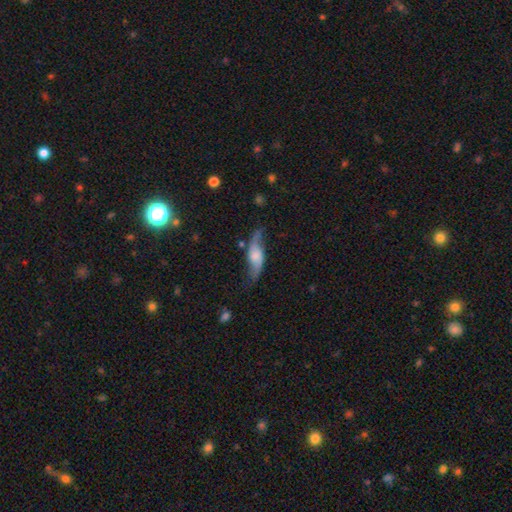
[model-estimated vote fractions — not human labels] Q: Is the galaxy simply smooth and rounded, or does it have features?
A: featured or disk — 69%.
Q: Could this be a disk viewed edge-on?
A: no — 81%.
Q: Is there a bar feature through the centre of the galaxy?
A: no — 59%.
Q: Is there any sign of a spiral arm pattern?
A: yes — 92%.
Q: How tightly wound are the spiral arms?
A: loose — 84%.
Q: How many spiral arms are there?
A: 2 — 92%.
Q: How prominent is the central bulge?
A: none — 28%.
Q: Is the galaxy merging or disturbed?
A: none — 66%.